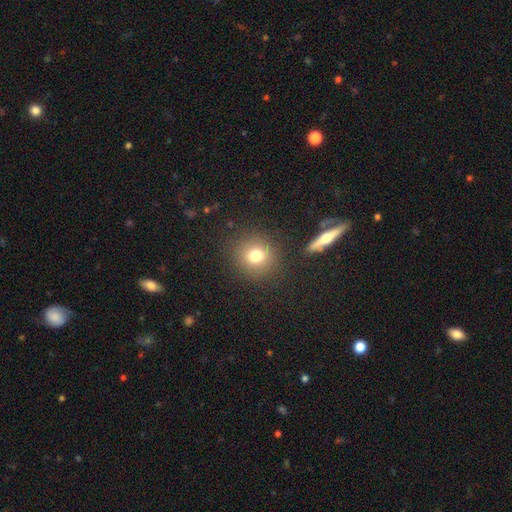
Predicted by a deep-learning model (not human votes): Morphology: type=smooth (76%); roundness=round (88%); merging=none (86%).